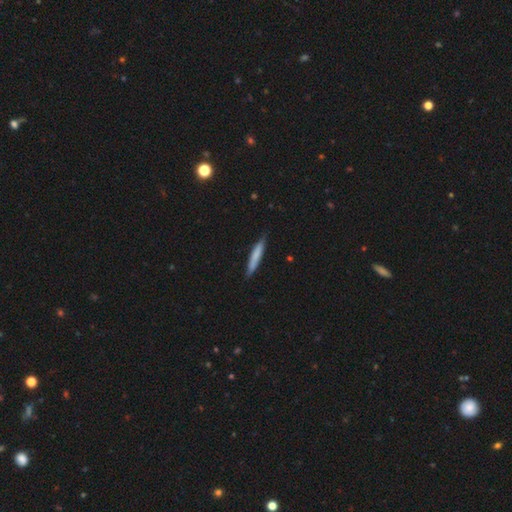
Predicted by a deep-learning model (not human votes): A smooth galaxy with no disk features (73%) that is cigar-shaped (93%).

Vote fractions:
- Smooth or featured? smooth: 73% / featured or disk: 22% / star or artifact: 5%
- How rounded? cigar-shaped: 93% / in between: 6% / round: 1%
- Merging? none: 84% / minor disturbance: 13% / major disturbance: 2% / merger: 1%